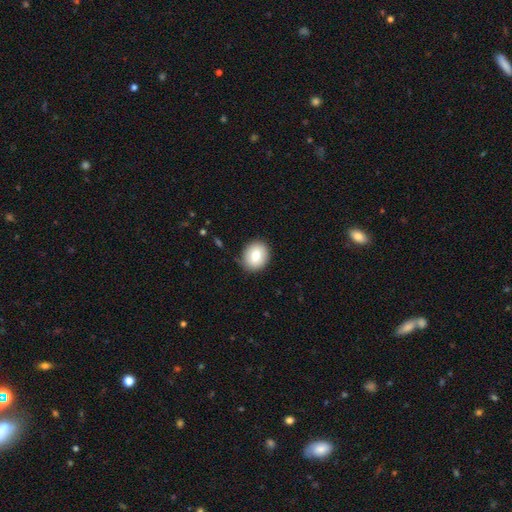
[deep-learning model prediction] This is likely a smooth galaxy (78%). How rounded: likely round (69%). Merging: clearly none (83%).